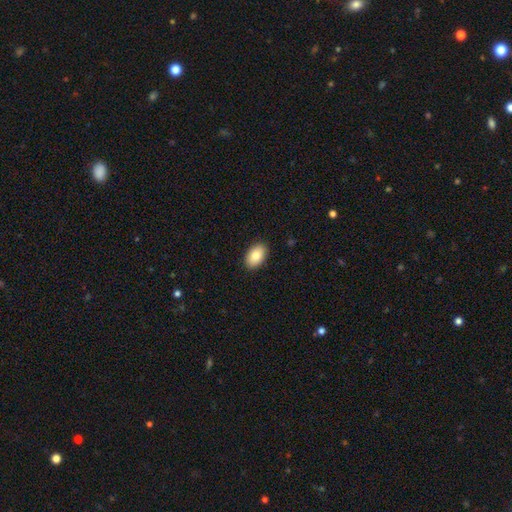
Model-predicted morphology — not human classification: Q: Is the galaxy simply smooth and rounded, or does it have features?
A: smooth — 84%.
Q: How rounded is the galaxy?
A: in between — 90%.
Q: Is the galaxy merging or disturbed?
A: none — 90%.